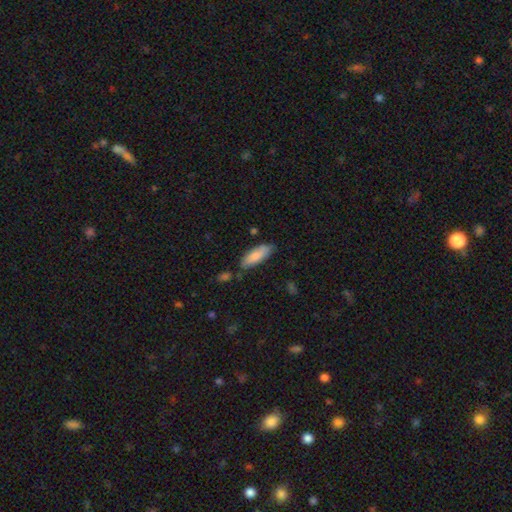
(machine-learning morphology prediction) Smooth or featured: smooth — 83% (featured or disk — 11%)
How rounded: in between — 63% (cigar-shaped — 36%)
Merging: none — 75% (minor disturbance — 17%)